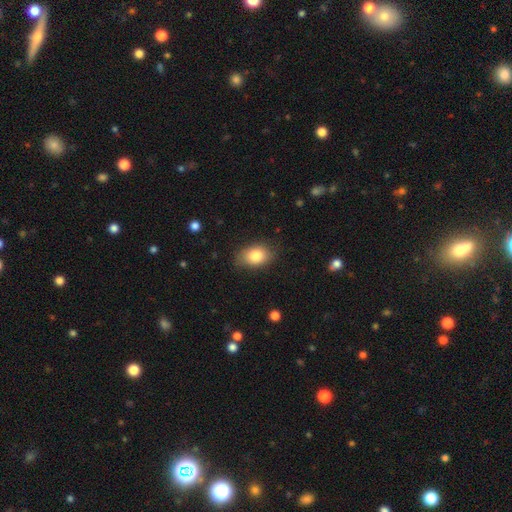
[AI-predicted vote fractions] Smooth or featured? Predicted: smooth (p=0.83). How rounded? Predicted: in between (p=0.82). Merging? Predicted: none (p=0.80).